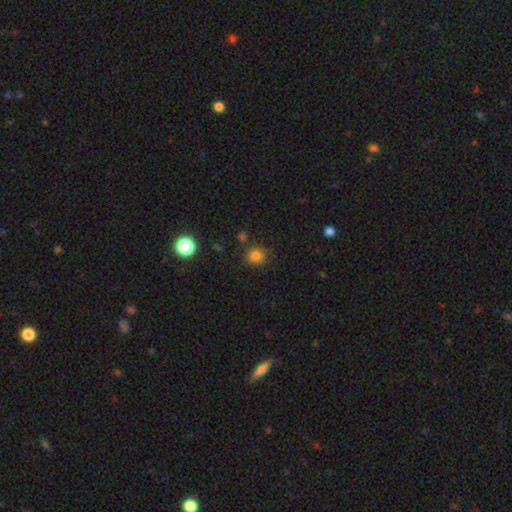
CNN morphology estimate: Smooth or featured? smooth (80%)
How rounded? round (86%)
Merging? none (82%)